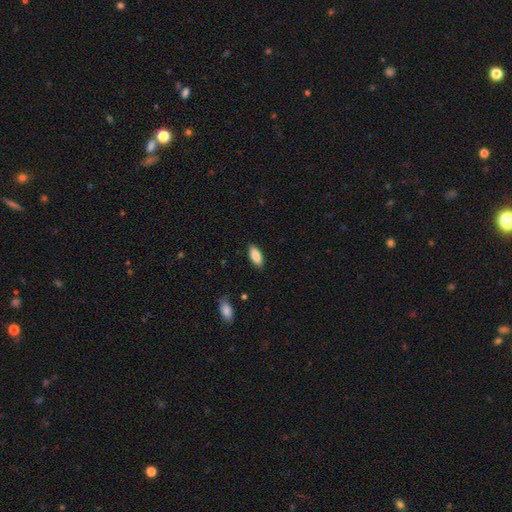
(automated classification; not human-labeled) Q: Smooth or featured?
A: smooth (87%); runner-up: star or artifact (6%)
Q: How rounded?
A: in between (81%); runner-up: cigar-shaped (17%)
Q: Merging?
A: none (87%); runner-up: minor disturbance (10%)